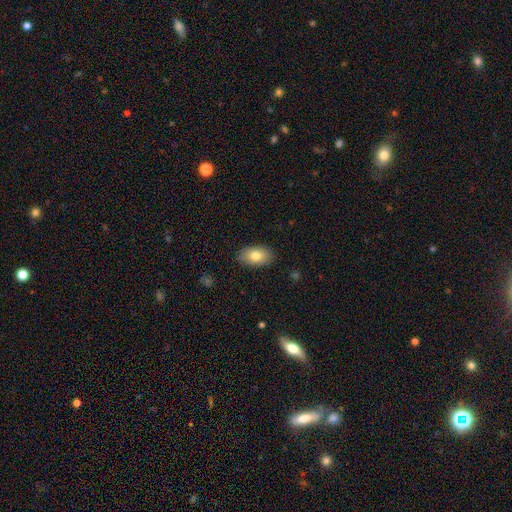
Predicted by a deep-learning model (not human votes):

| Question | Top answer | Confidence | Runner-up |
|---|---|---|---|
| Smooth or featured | smooth | 79% | featured or disk (14%) |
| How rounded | in between | 92% | round (6%) |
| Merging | none | 87% | minor disturbance (10%) |